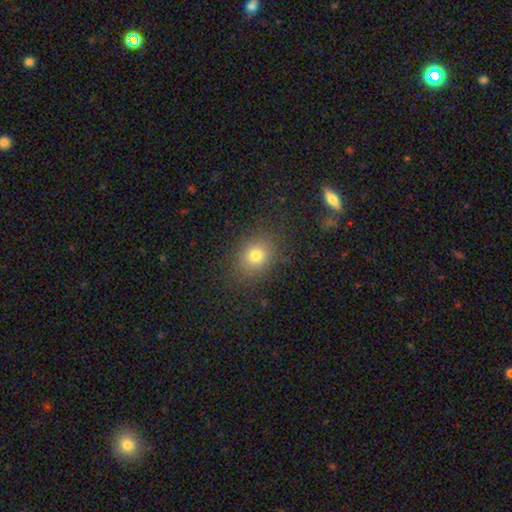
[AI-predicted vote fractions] A smooth galaxy with no disk features (76%) that is round (61%). Merging: none (84%).